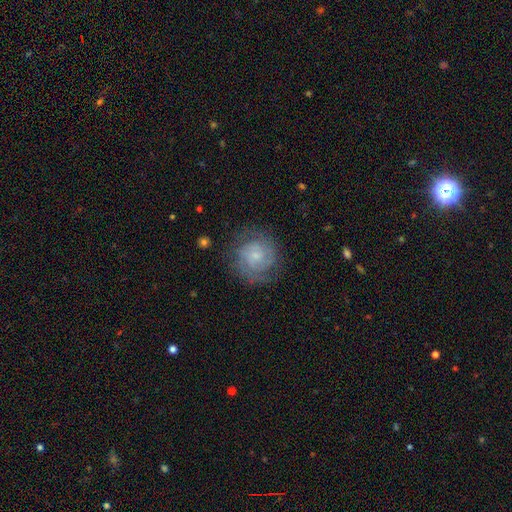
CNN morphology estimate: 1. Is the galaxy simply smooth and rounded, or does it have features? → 69% featured or disk, 24% smooth, 7% star or artifact.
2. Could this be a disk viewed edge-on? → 98% no, 2% yes.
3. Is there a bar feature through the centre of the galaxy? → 66% no, 30% weak, 4% strong.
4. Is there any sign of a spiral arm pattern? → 92% yes, 8% no.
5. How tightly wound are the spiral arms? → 64% tight, 29% medium, 7% loose.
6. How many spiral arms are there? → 42% 2, 30% can't tell, 15% 3, 5% 1, 5% 4, 4% more than 4.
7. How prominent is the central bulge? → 63% small, 22% moderate, 11% none, 2% large, 1% dominant.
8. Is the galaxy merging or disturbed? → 76% none, 15% minor disturbance, 8% major disturbance, 1% merger.